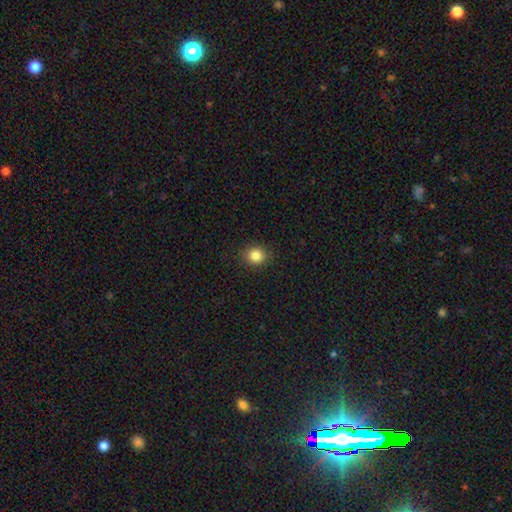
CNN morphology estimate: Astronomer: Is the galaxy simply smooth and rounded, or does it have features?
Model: smooth — 84%.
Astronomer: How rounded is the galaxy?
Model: round — 79%.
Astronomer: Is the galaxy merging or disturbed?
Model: none — 89%.